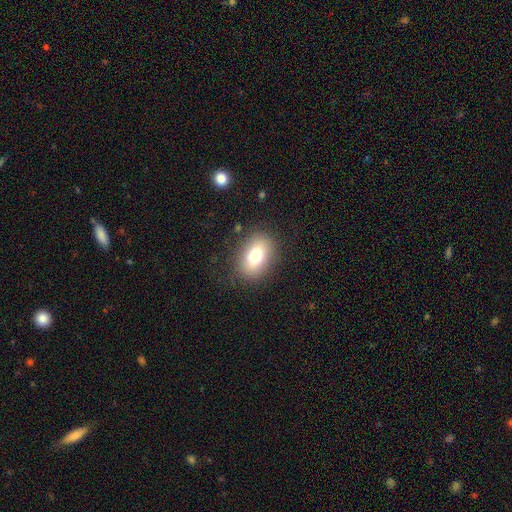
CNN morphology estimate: smooth-or-featured: smooth: 74% | featured or disk: 16% | star or artifact: 11%
  how-rounded: in between: 75% | round: 23% | cigar-shaped: 2%
  merging: none: 84% | minor disturbance: 11% | major disturbance: 4% | merger: 1%